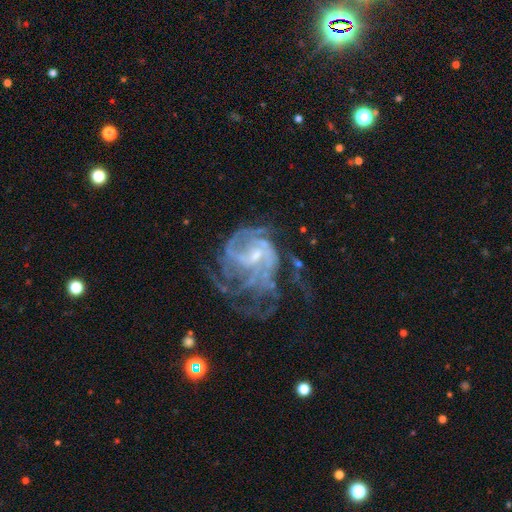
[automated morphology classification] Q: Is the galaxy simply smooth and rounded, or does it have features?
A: featured or disk — 85%.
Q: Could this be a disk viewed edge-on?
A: no — 98%.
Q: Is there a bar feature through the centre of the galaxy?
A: weak — 47%.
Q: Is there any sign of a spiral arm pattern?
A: yes — 89%.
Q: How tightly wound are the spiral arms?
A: medium — 41%.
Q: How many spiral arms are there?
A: can't tell — 40%.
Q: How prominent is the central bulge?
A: small — 61%.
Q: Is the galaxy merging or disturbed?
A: major disturbance — 40%.